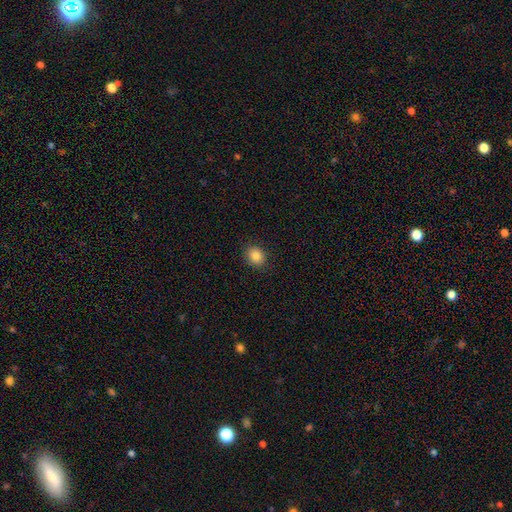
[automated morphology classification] Smooth or featured? smooth (86%)
How rounded? round (60%)
Merging? none (89%)